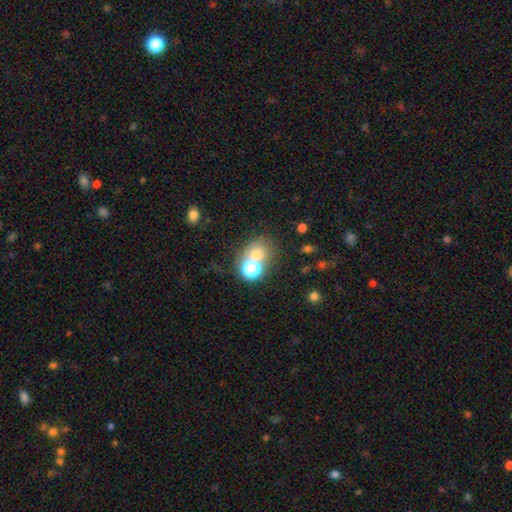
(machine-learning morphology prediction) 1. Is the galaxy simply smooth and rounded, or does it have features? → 62% smooth, 25% star or artifact, 14% featured or disk.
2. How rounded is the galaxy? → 66% round, 33% in between, 1% cigar-shaped.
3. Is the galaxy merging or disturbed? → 49% none, 34% merger, 10% minor disturbance, 6% major disturbance.